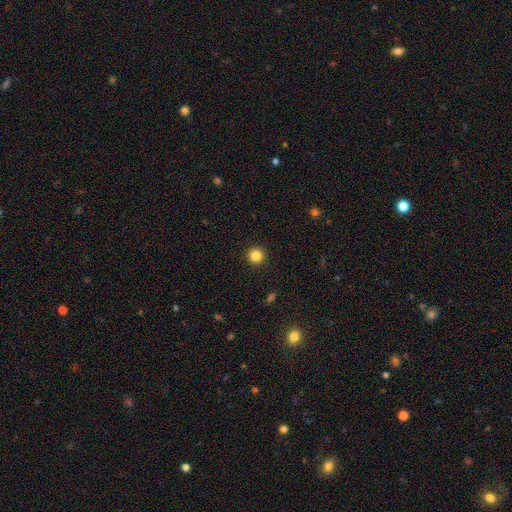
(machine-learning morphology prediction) A smooth galaxy with no disk features (84%) that is round (96%).

Vote fractions:
- Smooth or featured? smooth: 84% / star or artifact: 11% / featured or disk: 5%
- How rounded? round: 96% / in between: 3% / cigar-shaped: 1%
- Merging? none: 93% / minor disturbance: 4% / major disturbance: 2% / merger: 1%